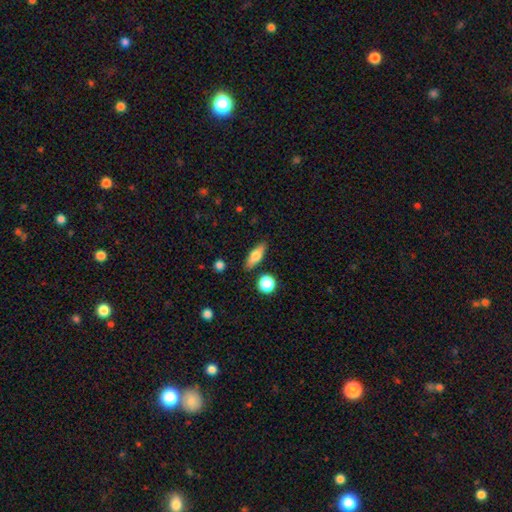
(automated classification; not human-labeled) smooth-or-featured: smooth: 65% | featured or disk: 27% | star or artifact: 8%
  how-rounded: in between: 56% | cigar-shaped: 38% | round: 6%
  merging: none: 84% | minor disturbance: 10% | merger: 3% | major disturbance: 3%